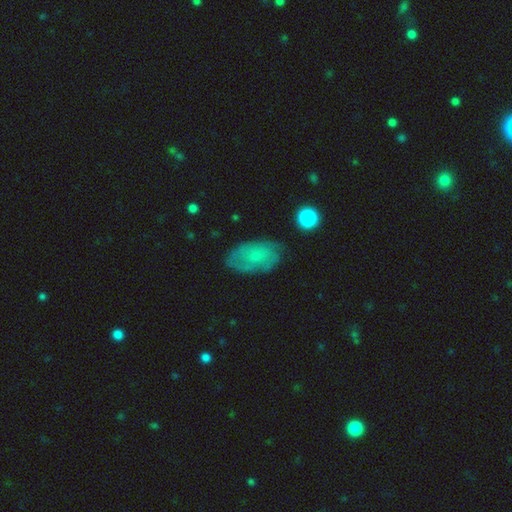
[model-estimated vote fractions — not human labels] Smooth or featured? featured or disk (47%)
Merging? none (72%)